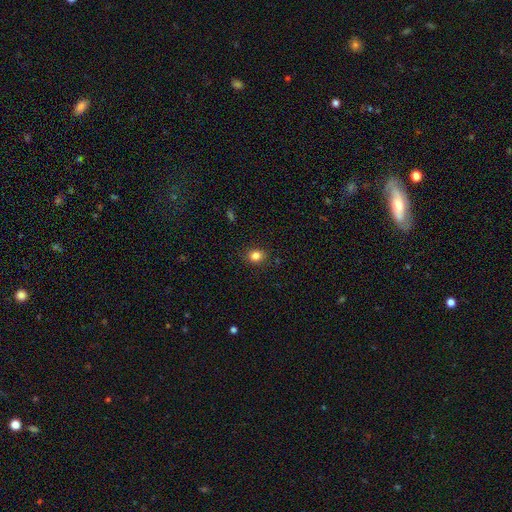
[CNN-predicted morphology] type=smooth (84%); roundness=in between (51%); merging=none (87%).